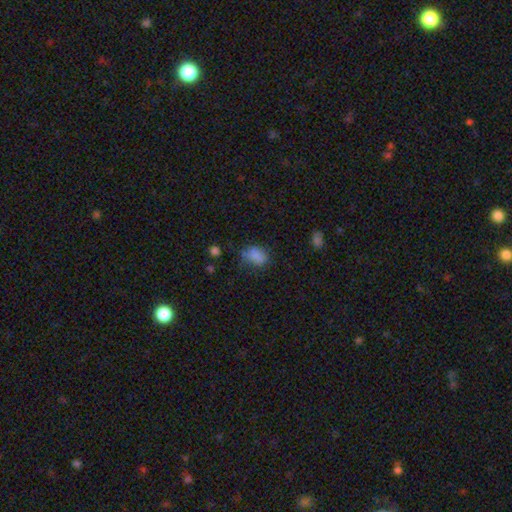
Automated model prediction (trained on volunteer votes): Smooth or featured: smooth — 79% (star or artifact — 14%)
How rounded: in between — 79% (round — 19%)
Merging: none — 53% (minor disturbance — 29%)